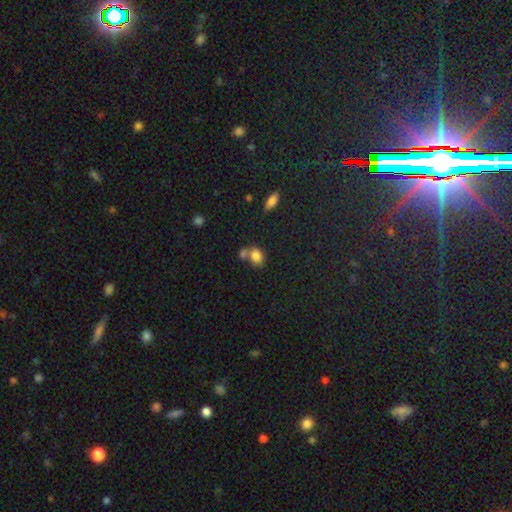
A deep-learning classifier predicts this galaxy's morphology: Smooth or featured? smooth (81%)
How rounded? in between (70%)
Merging? merger (43%)